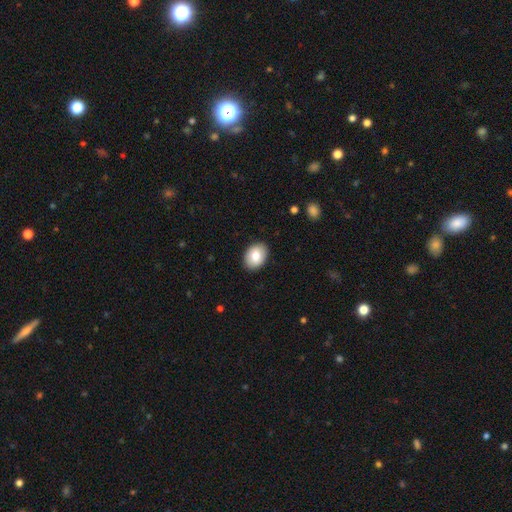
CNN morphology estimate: This appears to be a smooth galaxy with no disk features (80%) that is in between round and cigar-shaped (78%). Merging: none (90%).